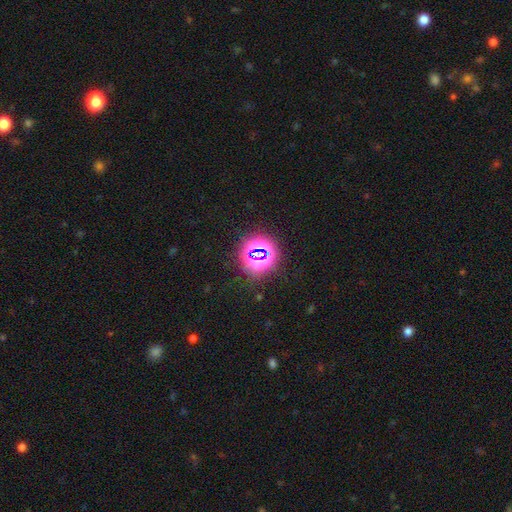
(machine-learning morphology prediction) Smooth or featured? star or artifact (74%)